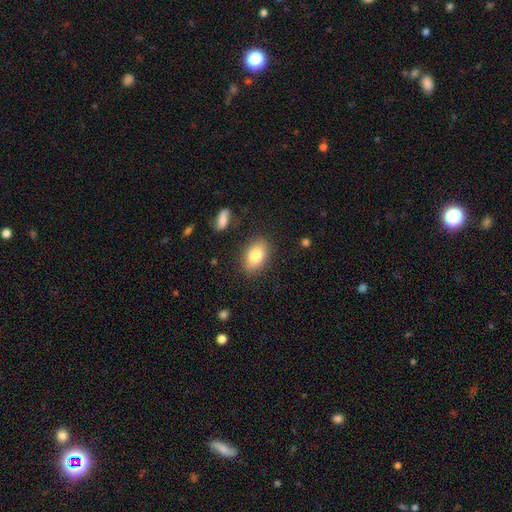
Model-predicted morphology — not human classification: smooth-or-featured: smooth: 80% | featured or disk: 12% | star or artifact: 8%
  how-rounded: in between: 86% | round: 12% | cigar-shaped: 2%
  merging: none: 85% | minor disturbance: 10% | major disturbance: 3% | merger: 2%